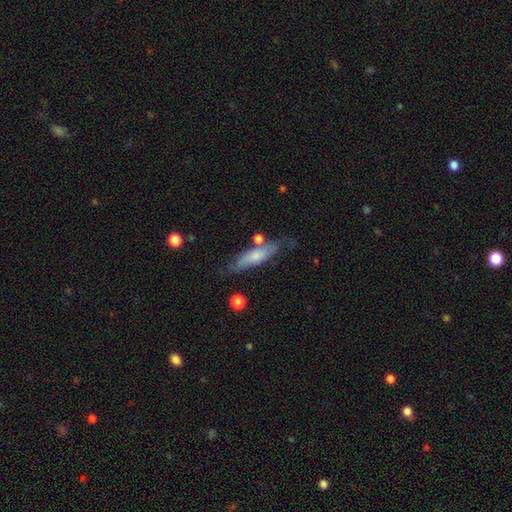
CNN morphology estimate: Smooth or featured? smooth (61%)
How rounded? cigar-shaped (64%)
Merging? none (64%)